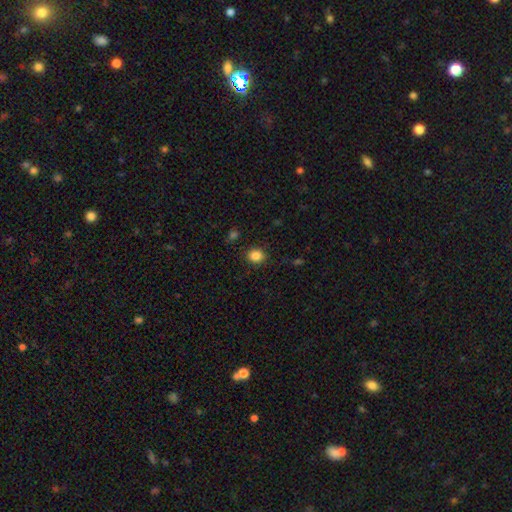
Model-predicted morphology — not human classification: Smooth or featured? Predicted: smooth (p=0.85). How rounded? Predicted: round (p=0.66). Merging? Predicted: none (p=0.88).